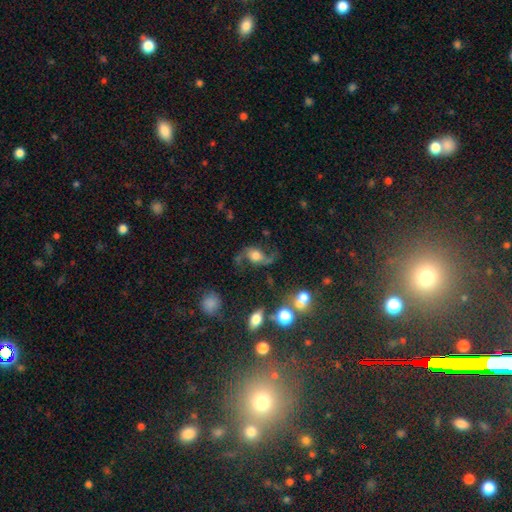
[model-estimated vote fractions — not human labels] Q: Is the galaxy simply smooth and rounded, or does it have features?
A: featured or disk — 70%.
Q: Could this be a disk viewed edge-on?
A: no — 95%.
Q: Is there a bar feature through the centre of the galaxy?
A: no — 62%.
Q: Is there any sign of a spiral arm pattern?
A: yes — 92%.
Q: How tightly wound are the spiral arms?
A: loose — 83%.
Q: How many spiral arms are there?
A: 2 — 92%.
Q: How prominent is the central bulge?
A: moderate — 38%.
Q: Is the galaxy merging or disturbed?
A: none — 62%.